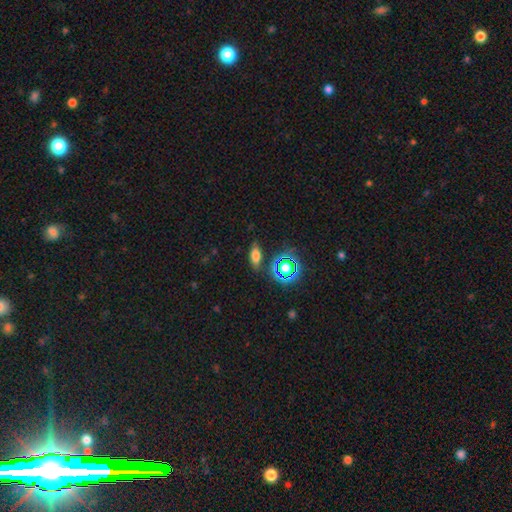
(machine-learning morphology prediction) The model was most divided on "smooth or featured": smooth: 68%, star or artifact: 19%, featured or disk: 12%. More confident: merging — none (82%); how rounded — in between (75%).